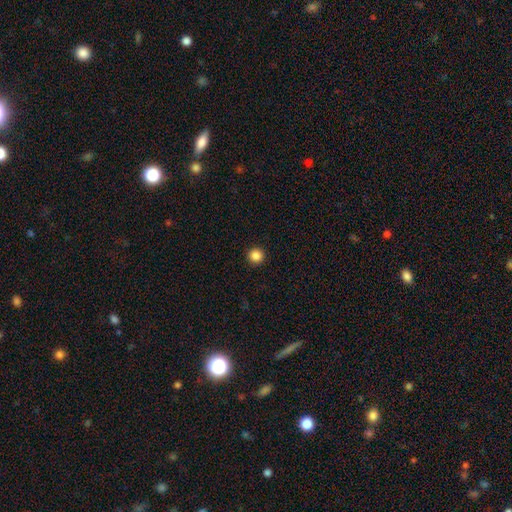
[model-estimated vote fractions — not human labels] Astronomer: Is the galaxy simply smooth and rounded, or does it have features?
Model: smooth — 86%.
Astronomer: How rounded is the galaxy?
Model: round — 96%.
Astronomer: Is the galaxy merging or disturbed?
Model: none — 94%.